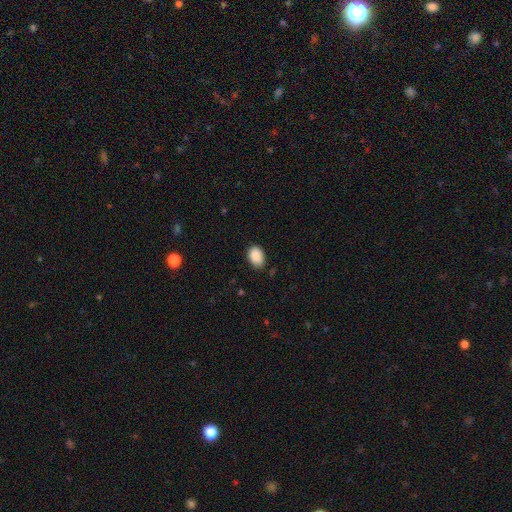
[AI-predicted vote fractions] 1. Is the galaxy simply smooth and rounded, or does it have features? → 90% smooth, 8% star or artifact, 3% featured or disk.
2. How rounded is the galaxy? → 83% in between, 16% round, 1% cigar-shaped.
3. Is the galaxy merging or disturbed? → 82% none, 15% minor disturbance, 3% major disturbance, 1% merger.